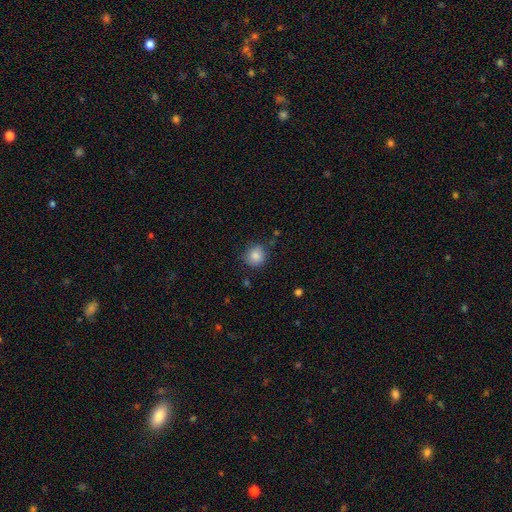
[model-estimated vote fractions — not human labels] This appears to be a smooth galaxy with no disk features (85%) that is round (87%). Merging: none (82%).